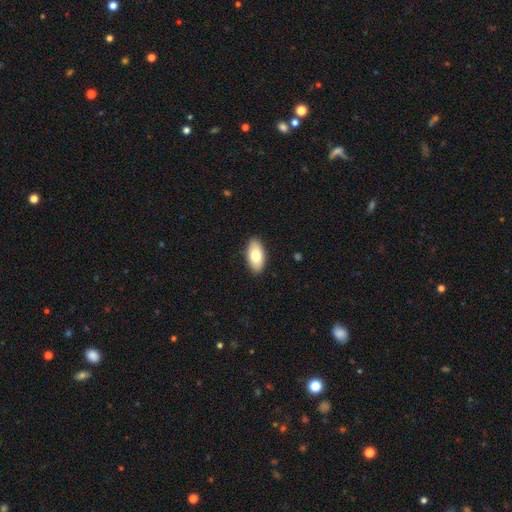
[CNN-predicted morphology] Smooth or featured?
  - smooth: 77% *
  - featured or disk: 17%
  - star or artifact: 6%
How rounded?
  - in between: 92% *
  - cigar-shaped: 5%
  - round: 3%
Merging?
  - none: 89% *
  - minor disturbance: 8%
  - major disturbance: 2%
  - merger: 1%